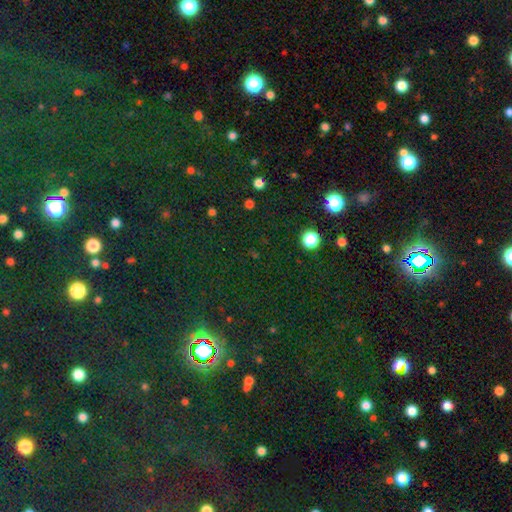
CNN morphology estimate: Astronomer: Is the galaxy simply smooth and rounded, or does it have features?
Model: star or artifact — 78%.